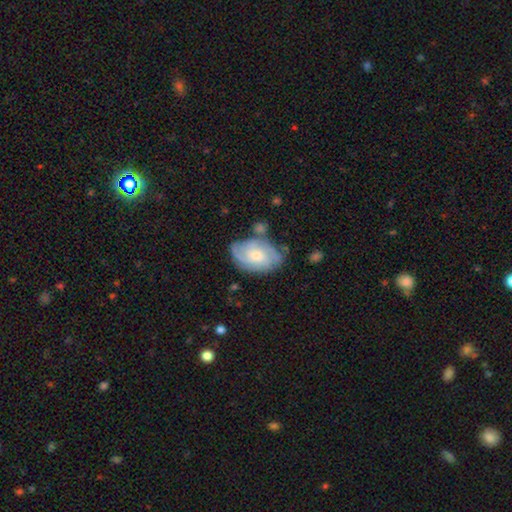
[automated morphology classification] This is likely a featured or disk galaxy (74%). It is clearly not viewed edge-on (97%). Bar: likely no (68%). Spiral arm pattern: clearly yes (92%). Spiral arm count: marginally 2 (30%). Spiral winding: possibly tight (56%). Central bulge: possibly moderate (56%). Merging: likely none (66%).